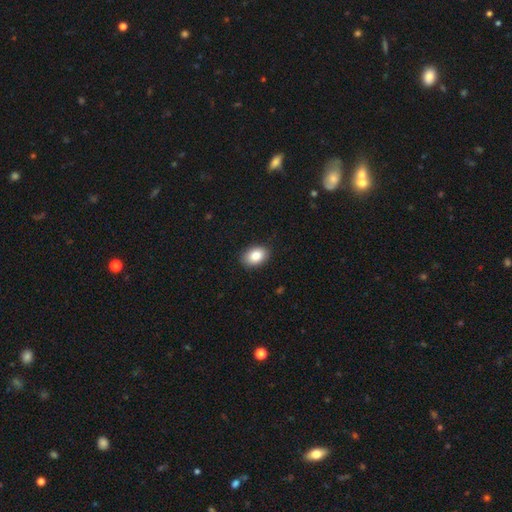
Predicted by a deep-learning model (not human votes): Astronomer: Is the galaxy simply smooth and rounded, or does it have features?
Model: smooth — 87%.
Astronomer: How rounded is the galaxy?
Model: in between — 84%.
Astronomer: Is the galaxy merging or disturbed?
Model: none — 88%.